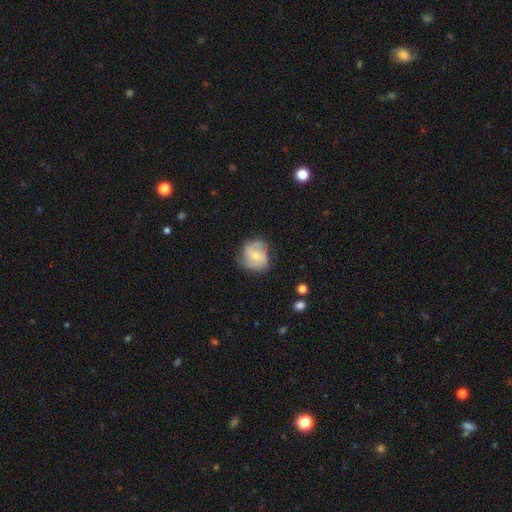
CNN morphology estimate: Smooth or featured? Predicted: featured or disk (p=0.56). Edge-on disk? Predicted: no (p=0.97). Bar? Predicted: no (p=0.65). Spiral arms? Predicted: yes (p=0.82). Bulge size? Predicted: small (p=0.49). Merging? Predicted: none (p=0.66).